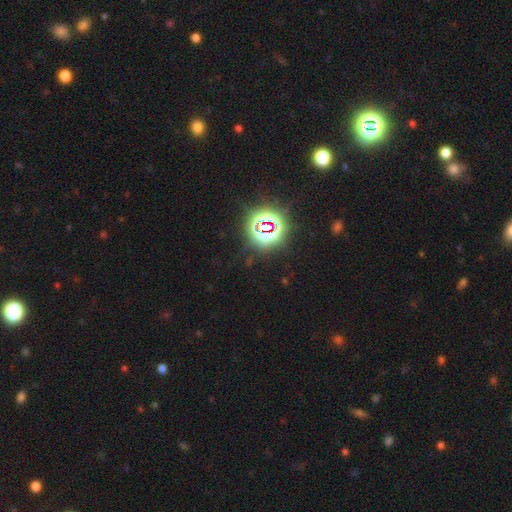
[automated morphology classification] This appears to be a star or artifact, not a galaxy (82%).